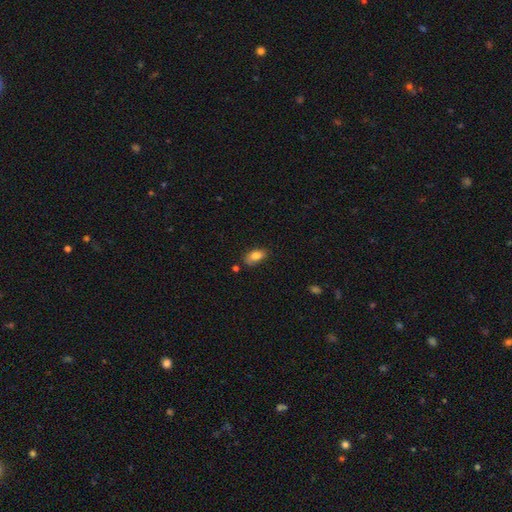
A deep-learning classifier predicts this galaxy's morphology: This is clearly a smooth galaxy (82%). How rounded: clearly in between (89%). Merging: likely none (71%).